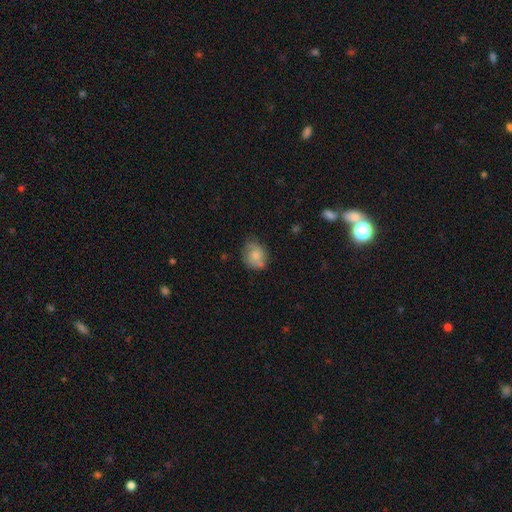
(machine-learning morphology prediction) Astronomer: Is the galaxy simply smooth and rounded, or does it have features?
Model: smooth — 65%.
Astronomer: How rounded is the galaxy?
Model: round — 56% (runner-up: in between, 43%).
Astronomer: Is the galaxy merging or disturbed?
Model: none — 62%.